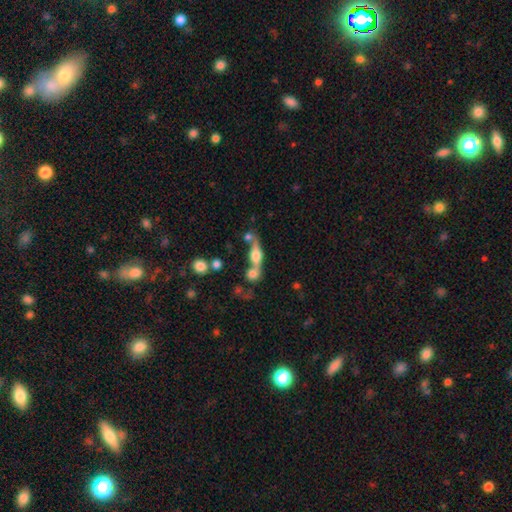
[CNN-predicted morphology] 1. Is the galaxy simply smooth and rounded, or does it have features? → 49% featured or disk, 41% smooth, 10% star or artifact.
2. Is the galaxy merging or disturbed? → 45% merger, 37% none, 11% minor disturbance, 7% major disturbance.